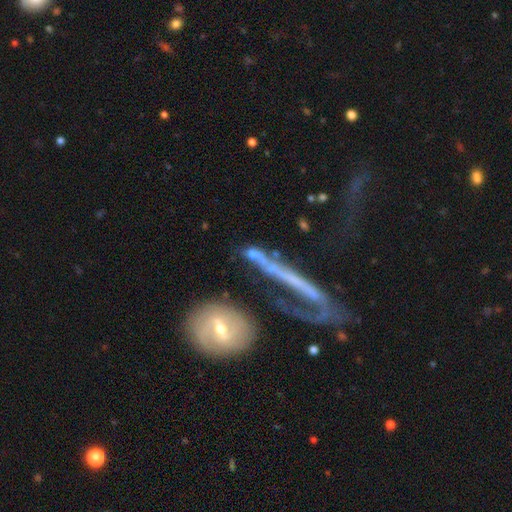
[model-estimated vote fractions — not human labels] Smooth or featured? Predicted: smooth (p=0.47). Merging? Predicted: none (p=0.39).